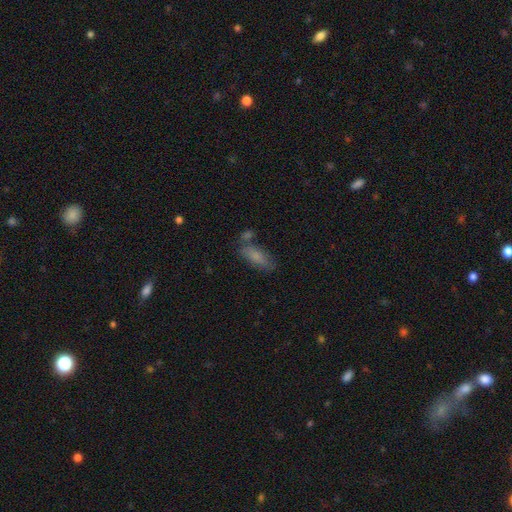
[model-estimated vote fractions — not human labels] Smooth or featured? smooth (79%)
How rounded? in between (70%)
Merging? none (63%)